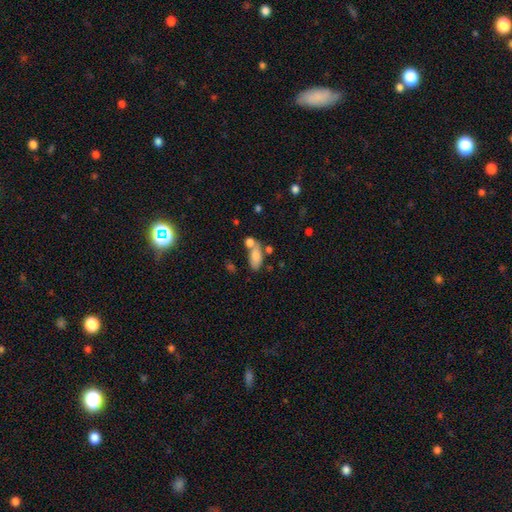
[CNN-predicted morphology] type=smooth (79%); roundness=in between (87%); merging=none (45%).